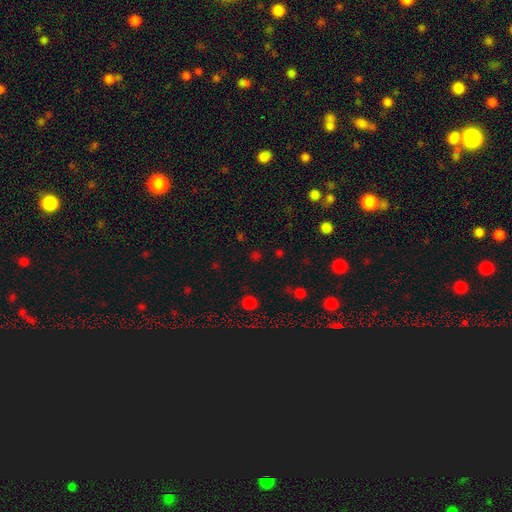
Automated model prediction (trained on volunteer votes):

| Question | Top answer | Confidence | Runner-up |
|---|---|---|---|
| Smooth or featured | star or artifact | 49% | smooth (45%) |